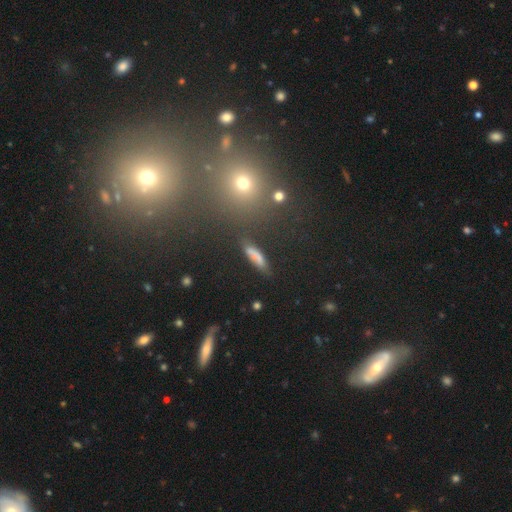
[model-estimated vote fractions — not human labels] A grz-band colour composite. It shows a smooth galaxy with no disk features (71%) that is cigar-shaped (74%). Merging: none (69%).